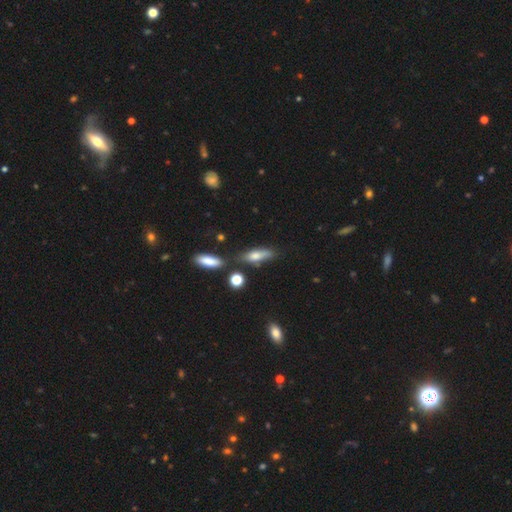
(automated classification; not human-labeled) Smooth or featured? smooth (63%)
How rounded? cigar-shaped (52%)
Merging? none (62%)